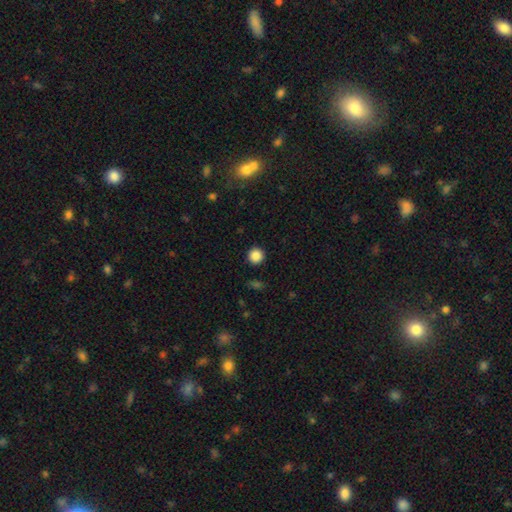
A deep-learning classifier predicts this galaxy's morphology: smooth 87%, star or artifact 10%, featured or disk 3%. Down the decision tree: how rounded — round (95%); merging — none (92%).